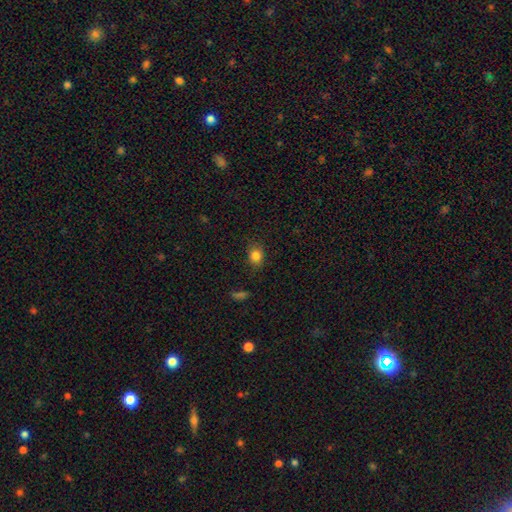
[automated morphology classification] type=smooth (82%); roundness=round (53%); merging=none (82%).